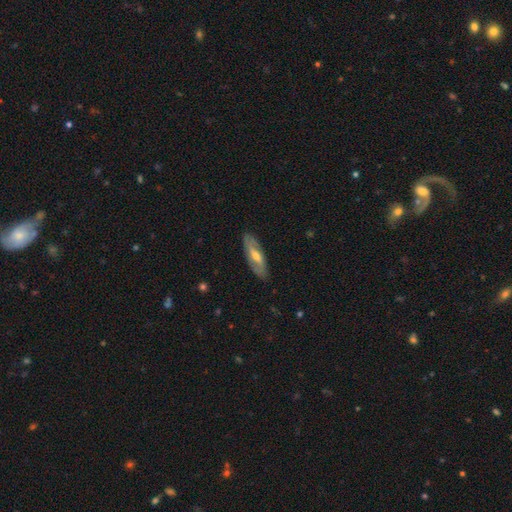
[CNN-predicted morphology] Smooth or featured? featured or disk (62%)
Edge-on disk? no (74%)
Merging? none (86%)